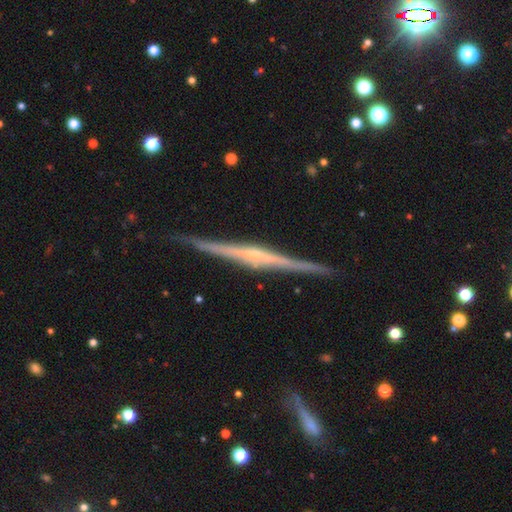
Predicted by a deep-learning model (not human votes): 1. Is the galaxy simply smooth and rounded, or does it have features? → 85% featured or disk, 10% smooth, 5% star or artifact.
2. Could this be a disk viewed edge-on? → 98% yes, 2% no.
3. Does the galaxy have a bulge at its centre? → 48% rounded, 34% none, 18% boxy.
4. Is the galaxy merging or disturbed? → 90% none, 7% minor disturbance, 2% major disturbance, 1% merger.